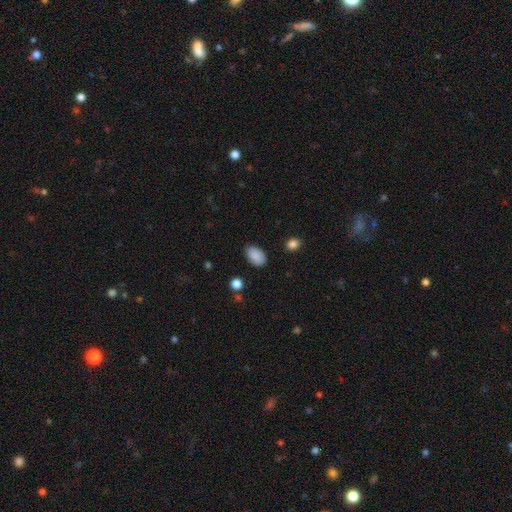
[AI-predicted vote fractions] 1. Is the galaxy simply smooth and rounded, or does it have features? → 88% smooth, 7% star or artifact, 4% featured or disk.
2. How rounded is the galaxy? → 91% in between, 8% round, 1% cigar-shaped.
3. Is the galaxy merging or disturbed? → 84% none, 12% minor disturbance, 3% major disturbance, 1% merger.